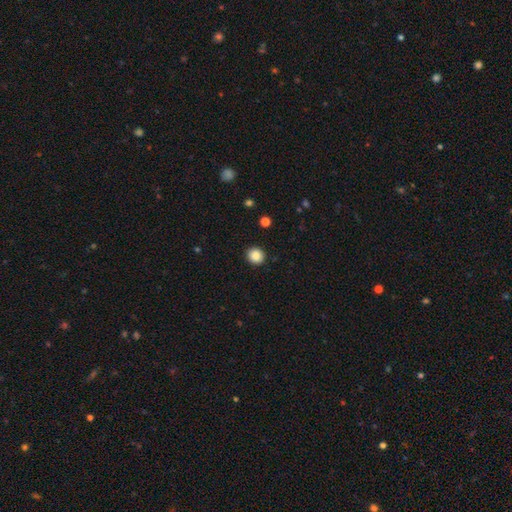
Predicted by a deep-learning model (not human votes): Smooth or featured: smooth — 87% (star or artifact — 9%)
How rounded: round — 88% (in between — 11%)
Merging: none — 92% (minor disturbance — 5%)